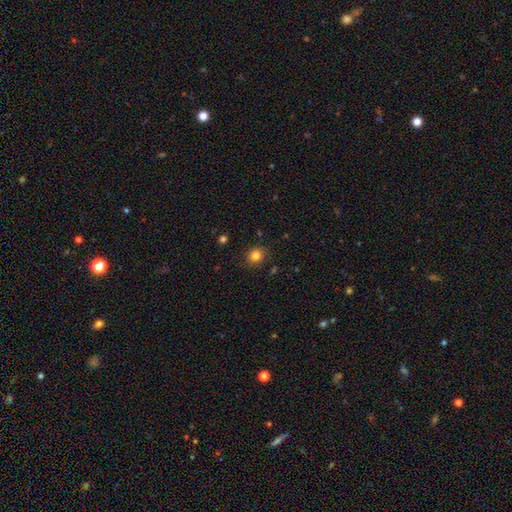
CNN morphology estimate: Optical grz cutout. It shows a smooth galaxy with no disk features (82%) that is round (81%). Merging: none (87%).